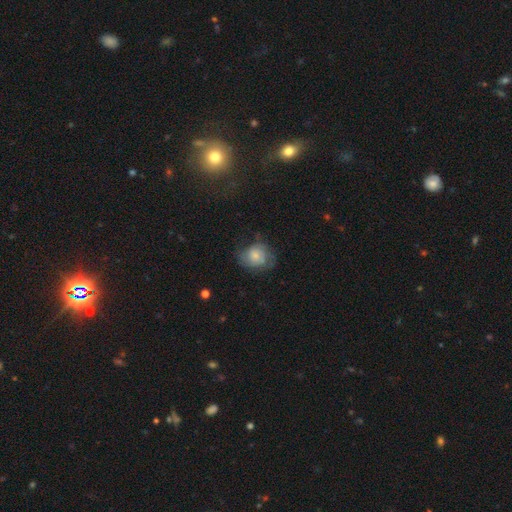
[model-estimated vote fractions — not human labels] The model was most divided on "smooth or featured": smooth: 58%, featured or disk: 34%, star or artifact: 8%. More confident: how rounded — round (64%); merging — none (53%).